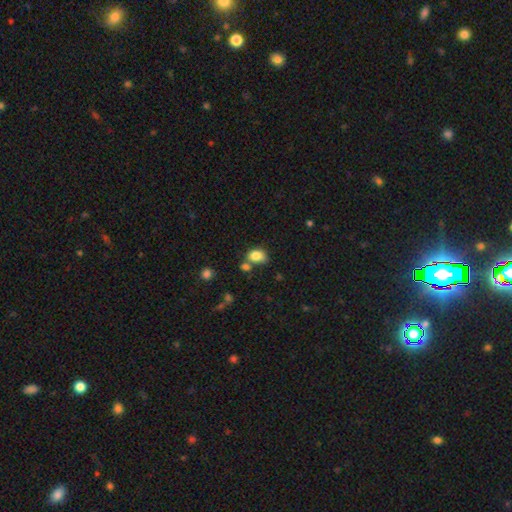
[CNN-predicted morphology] Smooth or featured: smooth — 81% (star or artifact — 10%)
How rounded: in between — 67% (round — 32%)
Merging: none — 48% (merger — 23%)